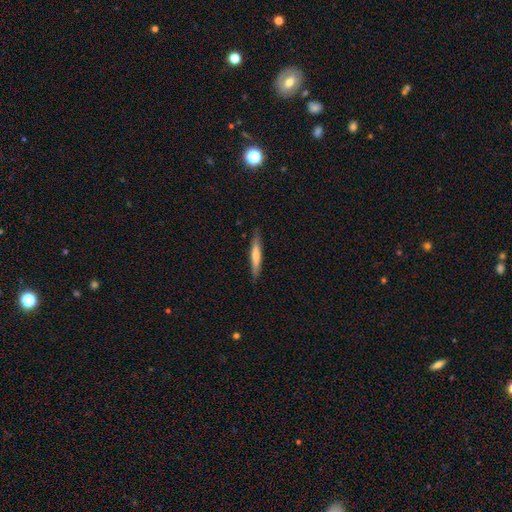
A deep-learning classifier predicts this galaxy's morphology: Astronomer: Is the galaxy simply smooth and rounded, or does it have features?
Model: smooth — 63%.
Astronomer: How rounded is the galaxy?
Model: cigar-shaped — 93%.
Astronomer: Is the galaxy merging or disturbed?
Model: none — 86%.